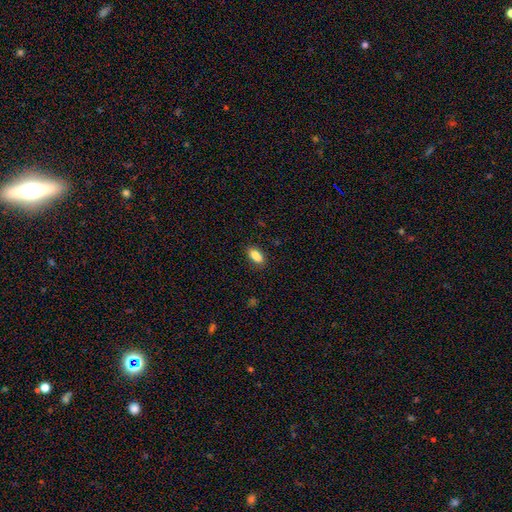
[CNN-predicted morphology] Smooth or featured?
  - smooth: 85% *
  - star or artifact: 9%
  - featured or disk: 6%
How rounded?
  - in between: 86% *
  - cigar-shaped: 9%
  - round: 5%
Merging?
  - none: 77% *
  - minor disturbance: 14%
  - merger: 6%
  - major disturbance: 3%